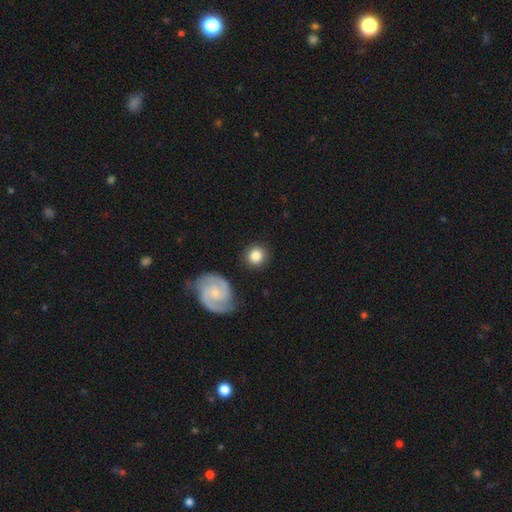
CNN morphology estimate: A smooth galaxy with no disk features (73%) that is round (92%). Merging: none (87%).